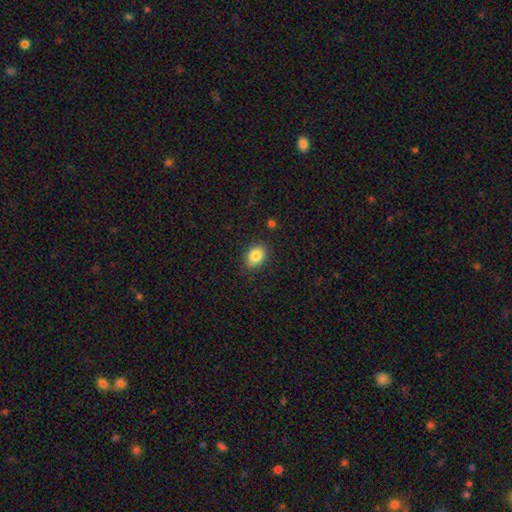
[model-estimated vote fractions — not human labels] Morphology: type=smooth (85%); roundness=in between (75%); merging=none (84%).